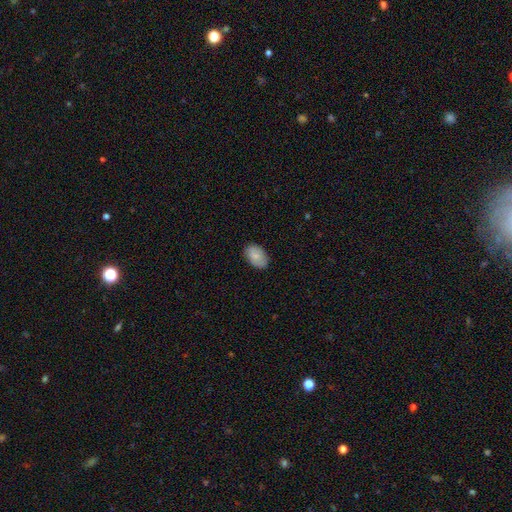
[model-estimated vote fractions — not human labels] Smooth or featured? smooth (83%)
How rounded? in between (91%)
Merging? none (84%)